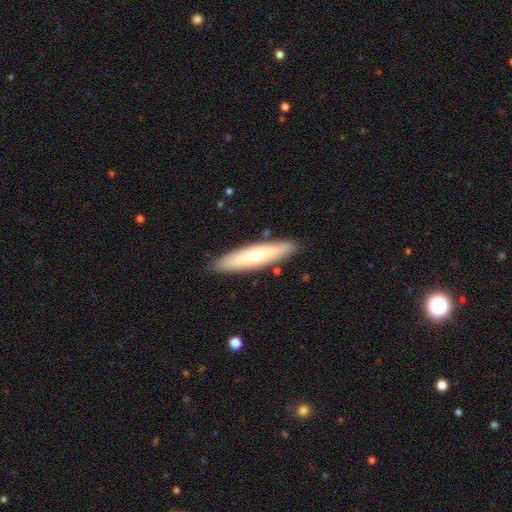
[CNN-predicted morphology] Smooth or featured: smooth — 51% (featured or disk — 43%)
How rounded: cigar-shaped — 73% (in between — 26%)
Merging: none — 87% (minor disturbance — 9%)